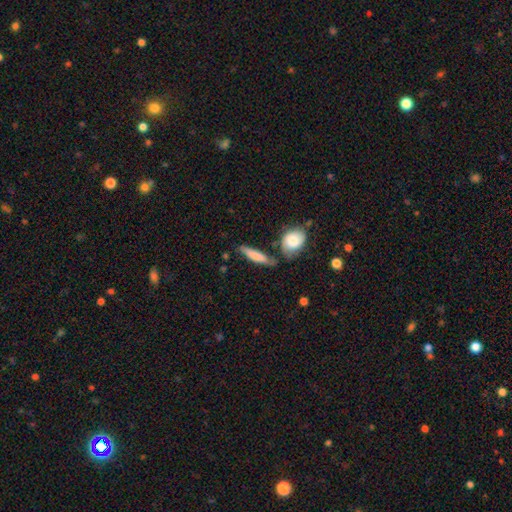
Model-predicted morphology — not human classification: Smooth or featured?
  - smooth: 72% *
  - featured or disk: 22%
  - star or artifact: 6%
How rounded?
  - cigar-shaped: 75% *
  - in between: 22%
  - round: 3%
Merging?
  - none: 61% *
  - minor disturbance: 19%
  - merger: 14%
  - major disturbance: 6%